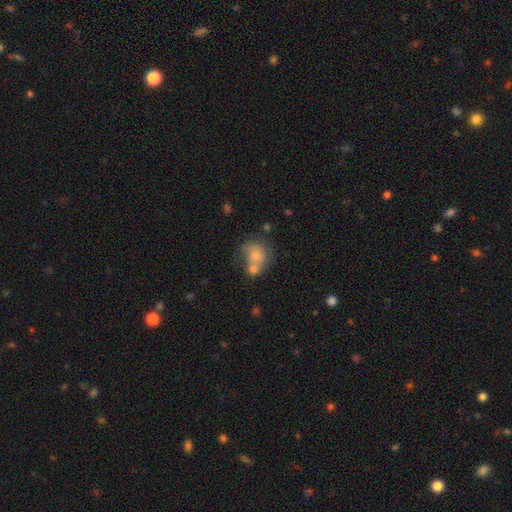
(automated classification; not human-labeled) Smooth or featured? smooth (69%)
How rounded? round (55%)
Merging? merger (53%)